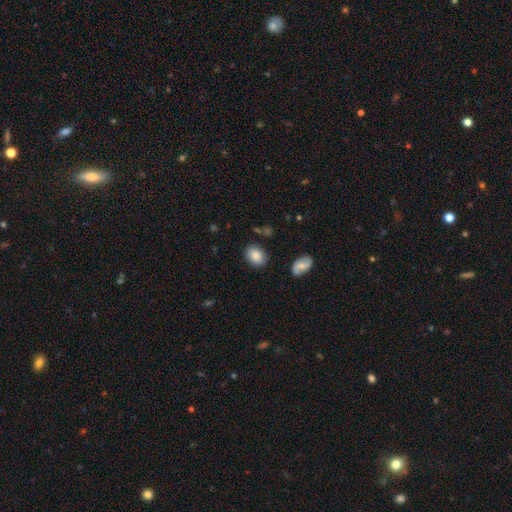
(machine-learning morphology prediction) Smooth or featured? Predicted: smooth (p=0.84). How rounded? Predicted: in between (p=0.64). Merging? Predicted: none (p=0.82).